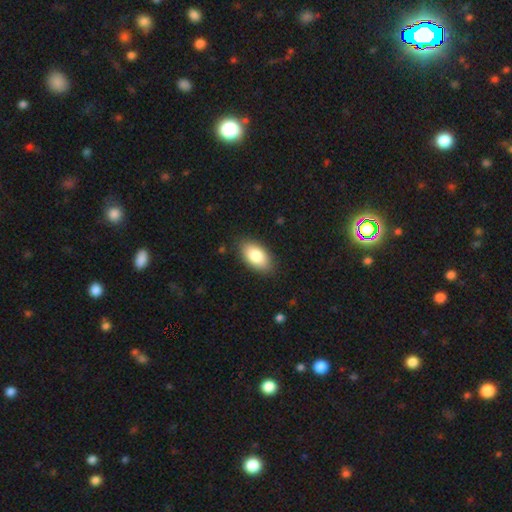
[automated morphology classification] A smooth galaxy with no disk features (85%) that is in between round and cigar-shaped (94%).

Vote fractions:
- Smooth or featured? smooth: 85% / featured or disk: 9% / star or artifact: 6%
- How rounded? in between: 94% / round: 4% / cigar-shaped: 2%
- Merging? none: 86% / minor disturbance: 11% / major disturbance: 2% / merger: 1%